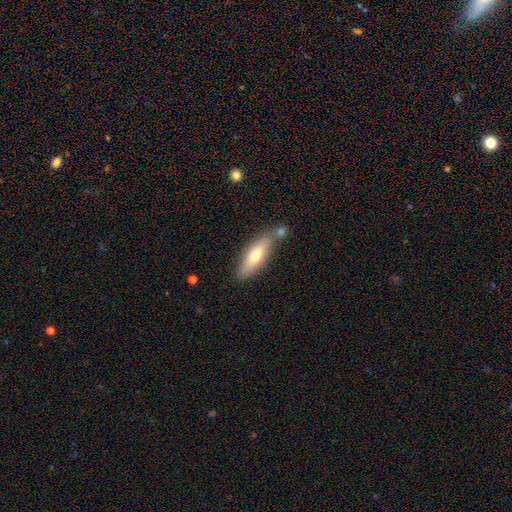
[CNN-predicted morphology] This is likely a smooth galaxy (64%). How rounded: possibly in between (55%). Merging: likely none (63%).